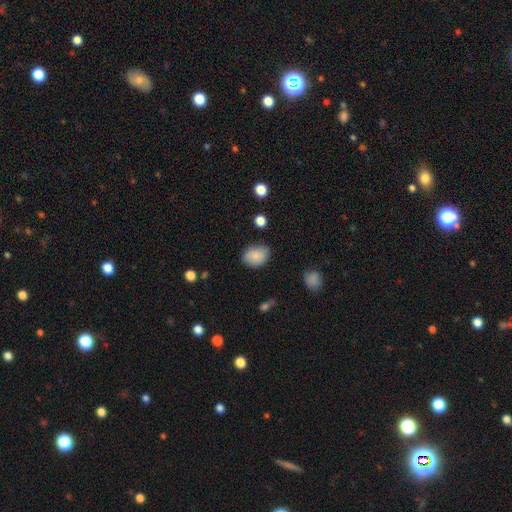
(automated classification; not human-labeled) Smooth or featured? Predicted: smooth (p=0.87). How rounded? Predicted: in between (p=0.72). Merging? Predicted: none (p=0.76).